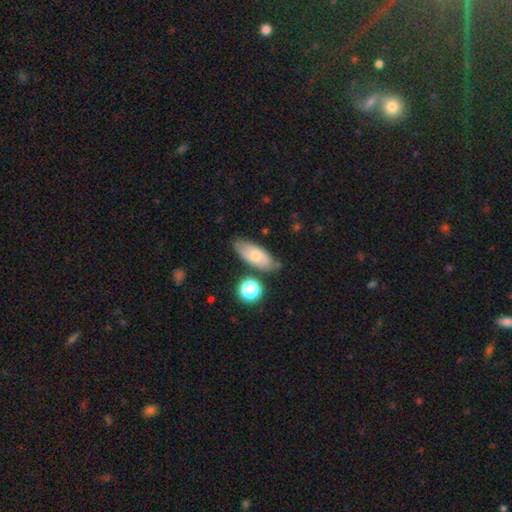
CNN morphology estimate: Smooth or featured?
  - smooth: 58% *
  - featured or disk: 33%
  - star or artifact: 9%
How rounded?
  - in between: 74% *
  - cigar-shaped: 21%
  - round: 5%
Merging?
  - none: 73% *
  - minor disturbance: 17%
  - merger: 6%
  - major disturbance: 4%